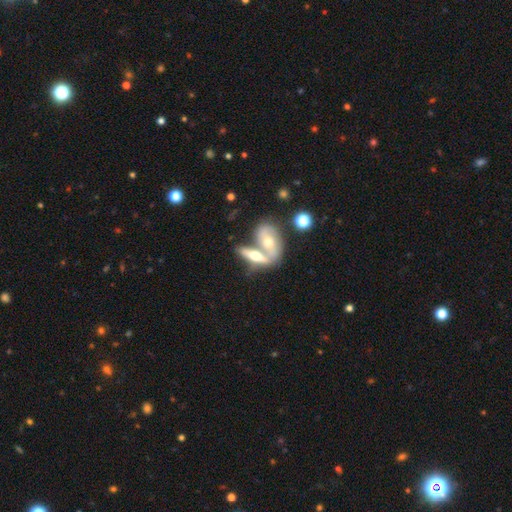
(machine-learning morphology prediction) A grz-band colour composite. It shows a featured or disk galaxy (54%) viewed edge-on (55%). Merging: merger (58%).